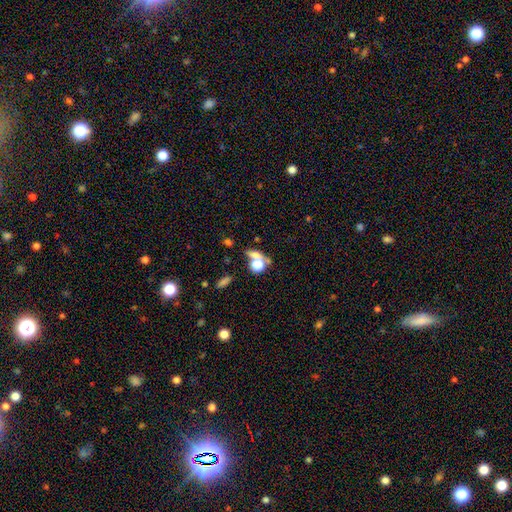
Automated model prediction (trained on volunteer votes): This is likely a smooth galaxy (61%). How rounded: possibly round (54%). Merging: possibly none (49%).